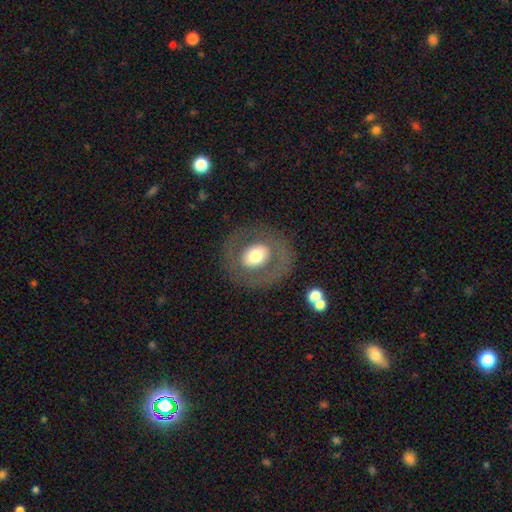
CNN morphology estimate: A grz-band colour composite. It shows a smooth galaxy with no disk features (51%) that is round (65%). Merging: none (81%).